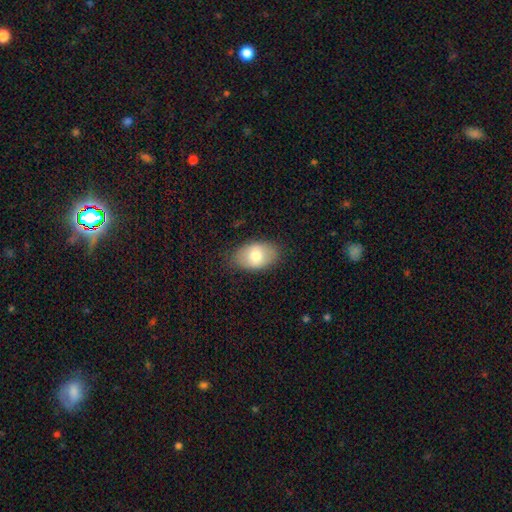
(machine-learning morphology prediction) type=smooth (74%); roundness=in between (89%); merging=none (81%).